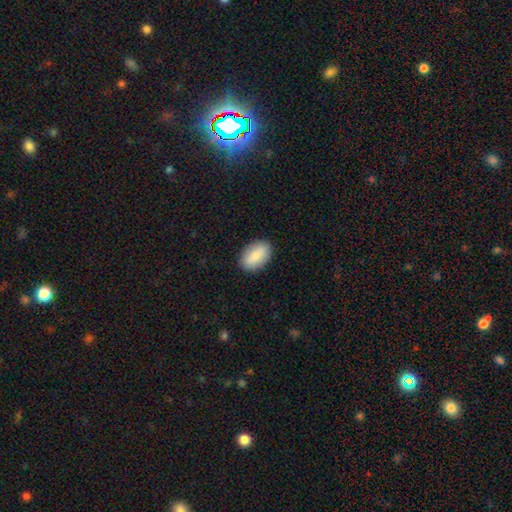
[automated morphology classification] Q: Smooth or featured?
A: smooth (85%); runner-up: featured or disk (9%)
Q: How rounded?
A: in between (92%); runner-up: round (6%)
Q: Merging?
A: none (89%); runner-up: minor disturbance (8%)